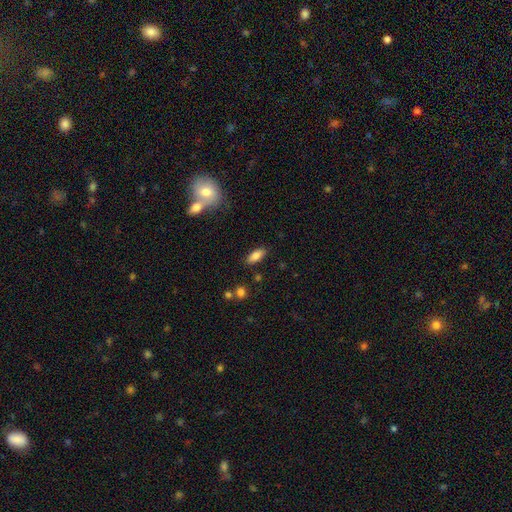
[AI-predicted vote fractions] This appears to be a smooth galaxy with no disk features (82%) that is in between round and cigar-shaped (82%). Merging: none (84%).